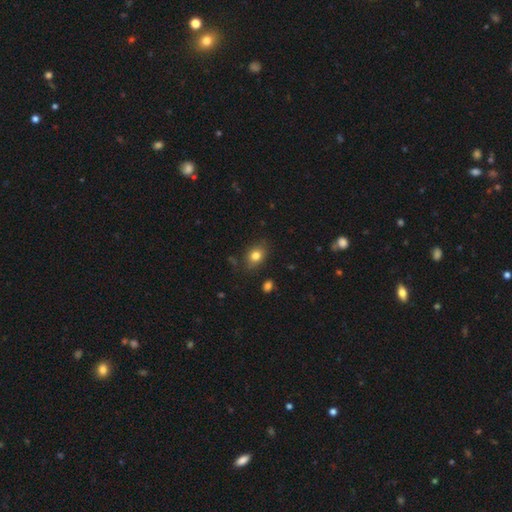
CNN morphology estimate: Smooth or featured?
  - smooth: 81% *
  - star or artifact: 10%
  - featured or disk: 9%
How rounded?
  - in between: 65% *
  - round: 33%
  - cigar-shaped: 1%
Merging?
  - none: 79% *
  - minor disturbance: 15%
  - major disturbance: 3%
  - merger: 2%